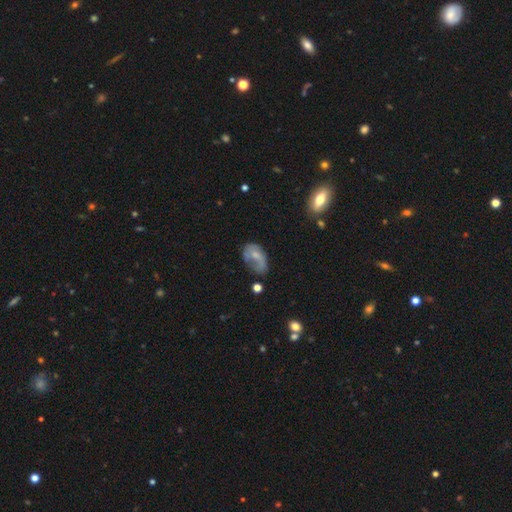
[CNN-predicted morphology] This is possibly a smooth galaxy (53%). How rounded: clearly in between (85%). Merging: marginally minor disturbance (32%).